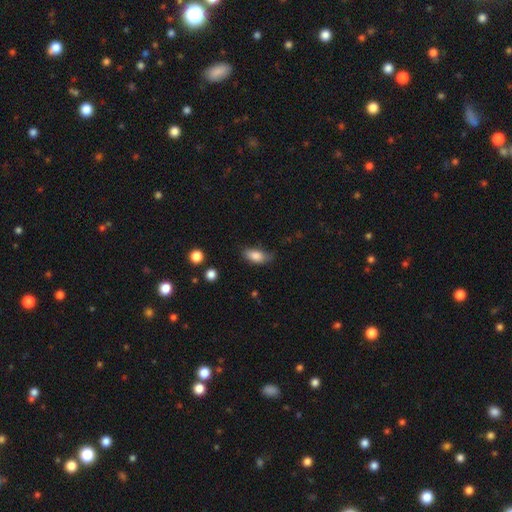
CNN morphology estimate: type=smooth (83%); roundness=in between (88%); merging=none (58%).